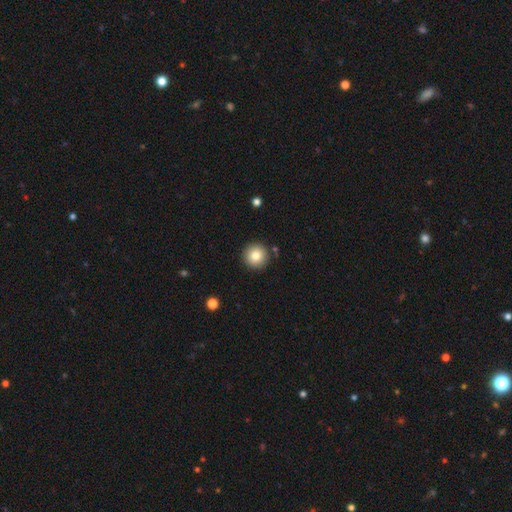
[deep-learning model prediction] This is clearly a smooth galaxy (81%). How rounded: clearly round (96%). Merging: clearly none (89%).